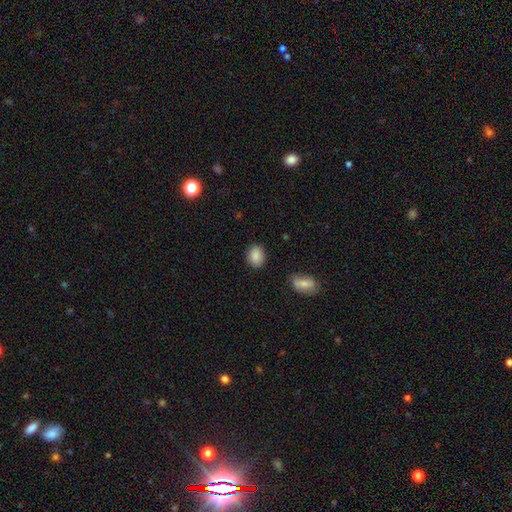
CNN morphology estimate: Q: Smooth or featured?
A: smooth (88%); runner-up: star or artifact (8%)
Q: How rounded?
A: in between (61%); runner-up: round (37%)
Q: Merging?
A: none (85%); runner-up: minor disturbance (11%)